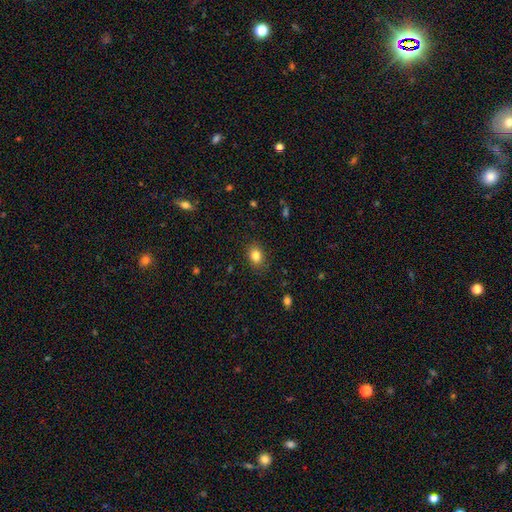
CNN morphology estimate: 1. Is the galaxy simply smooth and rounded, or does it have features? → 83% smooth, 10% star or artifact, 7% featured or disk.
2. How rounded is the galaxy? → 58% in between, 41% round, 1% cigar-shaped.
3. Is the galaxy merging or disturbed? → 85% none, 11% minor disturbance, 3% major disturbance, 1% merger.